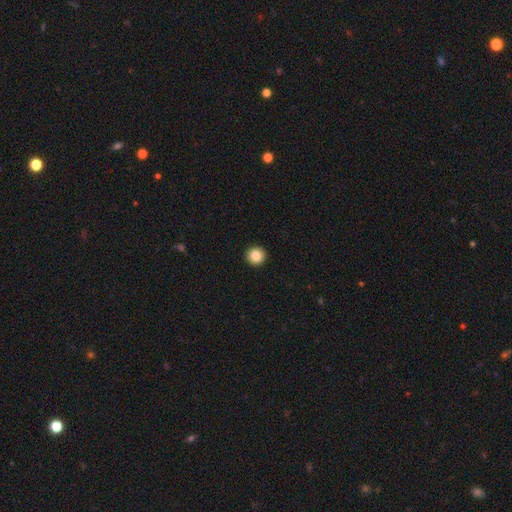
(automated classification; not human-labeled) Smooth or featured: smooth — 86% (star or artifact — 9%)
How rounded: round — 96% (in between — 3%)
Merging: none — 94% (minor disturbance — 4%)